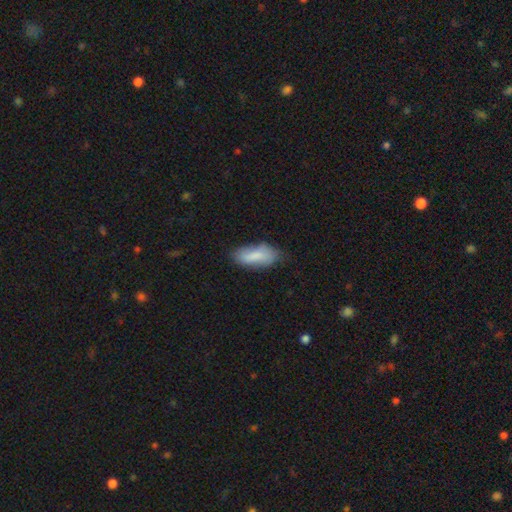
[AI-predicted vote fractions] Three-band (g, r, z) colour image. It shows a smooth galaxy with no disk features (82%) that is in between round and cigar-shaped (83%). Merging: none (66%).